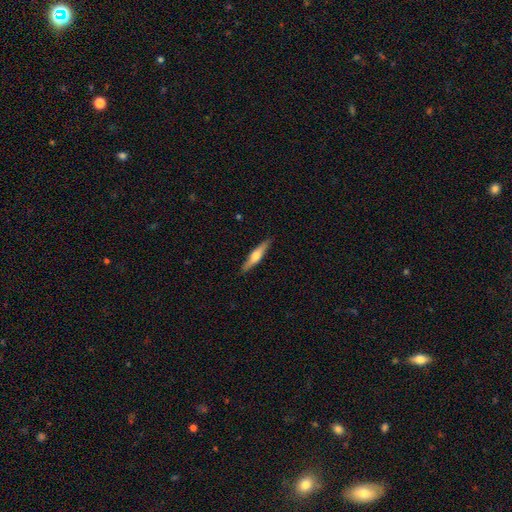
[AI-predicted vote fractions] Overall: featured or disk (53%; smooth 41%). Edge-on disk: yes (95%). Edge-on bulge: rounded (90%). Merging: none (89%).